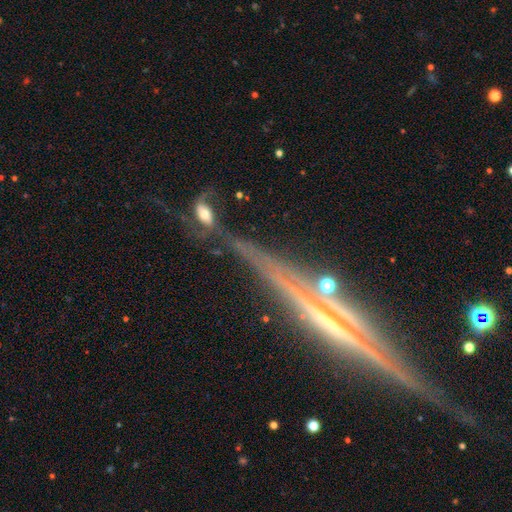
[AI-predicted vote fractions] Smooth or featured? featured or disk (78%)
Edge-on disk? yes (93%)
Edge-on bulge? rounded (46%)
Merging? none (74%)